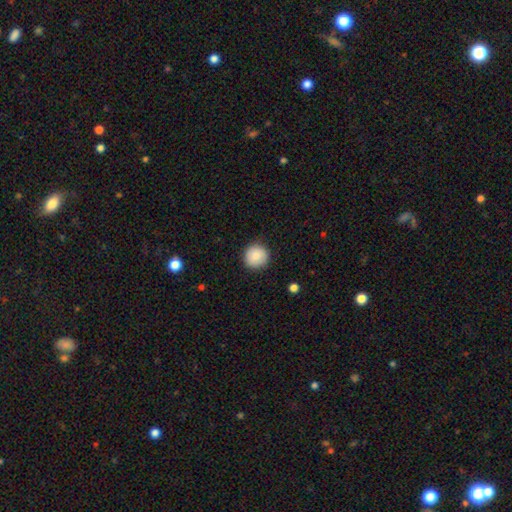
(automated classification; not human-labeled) Q: Smooth or featured?
A: smooth (84%); runner-up: star or artifact (8%)
Q: How rounded?
A: round (93%); runner-up: in between (6%)
Q: Merging?
A: none (88%); runner-up: minor disturbance (9%)